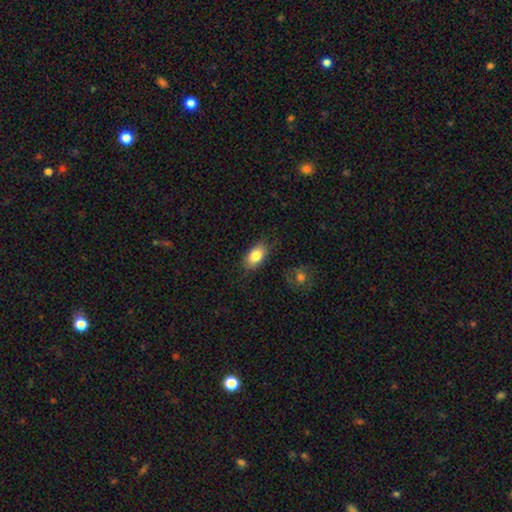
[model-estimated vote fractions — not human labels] Overall: smooth (83%). How rounded: in between (90%). Merging: none (82%).